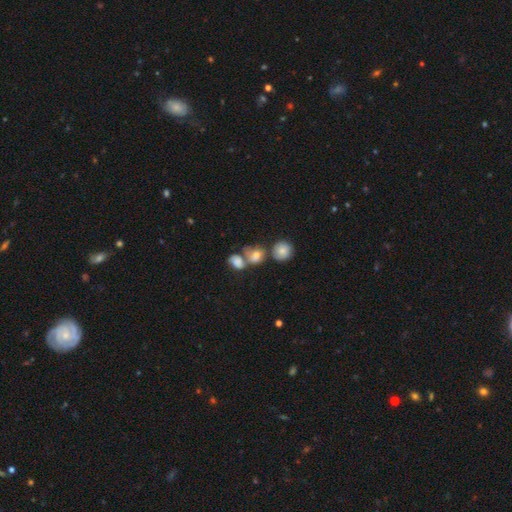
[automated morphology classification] Q: Smooth or featured?
A: smooth (55%); runner-up: star or artifact (23%)
Q: How rounded?
A: round (65%); runner-up: in between (32%)
Q: Merging?
A: none (42%); runner-up: merger (41%)